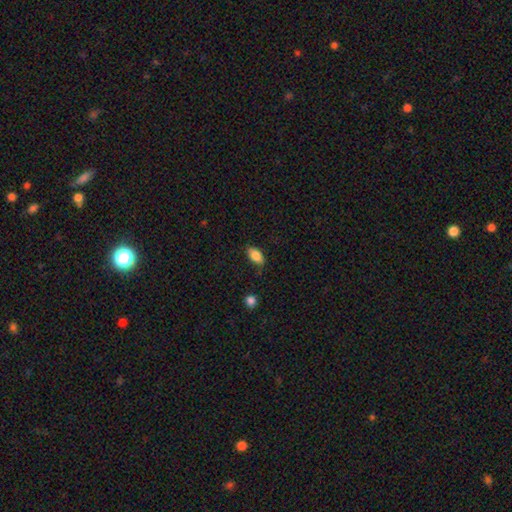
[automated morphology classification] Smooth or featured? Predicted: smooth (p=0.84). How rounded? Predicted: in between (p=0.91). Merging? Predicted: none (p=0.78).